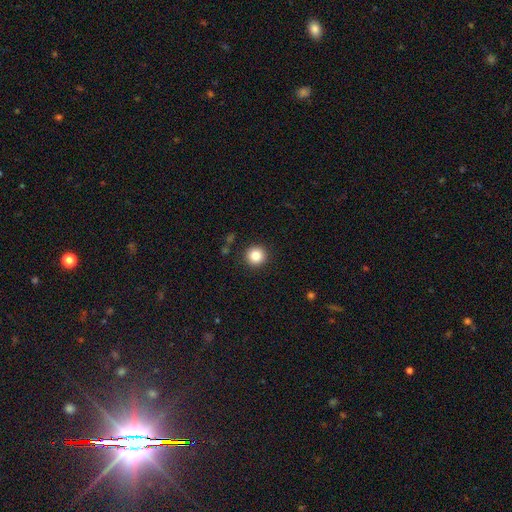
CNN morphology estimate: Smooth or featured?
  - smooth: 85% *
  - star or artifact: 10%
  - featured or disk: 5%
How rounded?
  - round: 95% *
  - in between: 4%
  - cigar-shaped: 1%
Merging?
  - none: 91% *
  - minor disturbance: 5%
  - major disturbance: 2%
  - merger: 1%